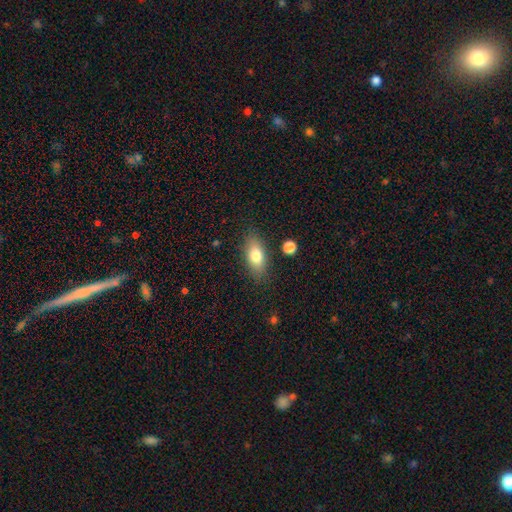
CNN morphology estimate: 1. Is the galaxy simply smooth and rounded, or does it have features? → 77% smooth, 16% featured or disk, 8% star or artifact.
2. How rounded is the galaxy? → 83% in between, 12% cigar-shaped, 6% round.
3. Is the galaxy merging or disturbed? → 83% none, 11% minor disturbance, 3% major disturbance, 2% merger.